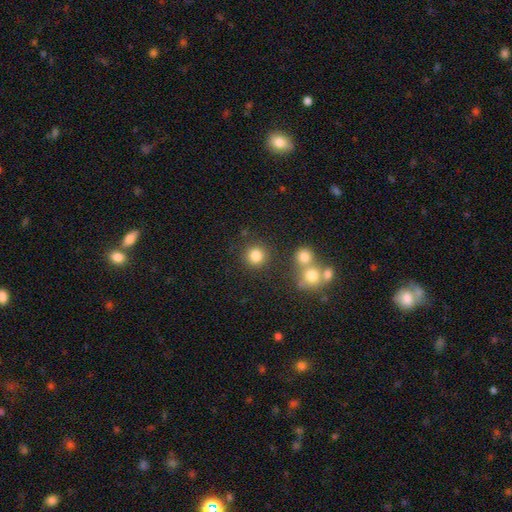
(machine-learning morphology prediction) Smooth or featured: smooth — 82% (star or artifact — 12%)
How rounded: round — 93% (in between — 6%)
Merging: none — 82% (merger — 8%)